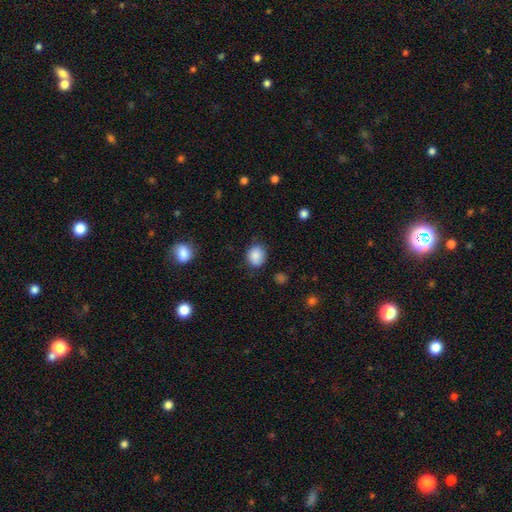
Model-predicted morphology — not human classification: type=smooth (86%); roundness=round (71%); merging=none (79%).